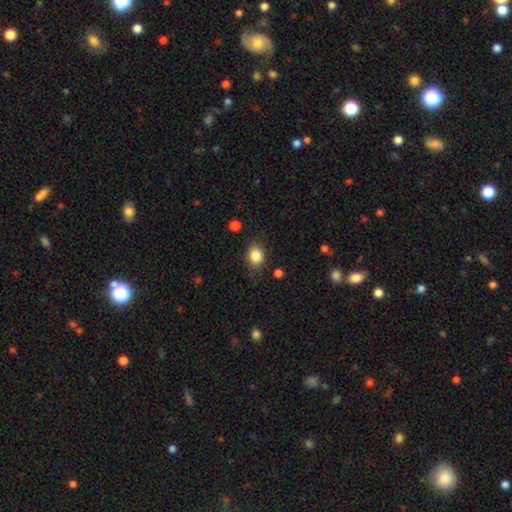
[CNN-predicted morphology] Q: Smooth or featured?
A: smooth (85%); runner-up: star or artifact (9%)
Q: How rounded?
A: in between (54%); runner-up: round (45%)
Q: Merging?
A: none (75%); runner-up: minor disturbance (18%)